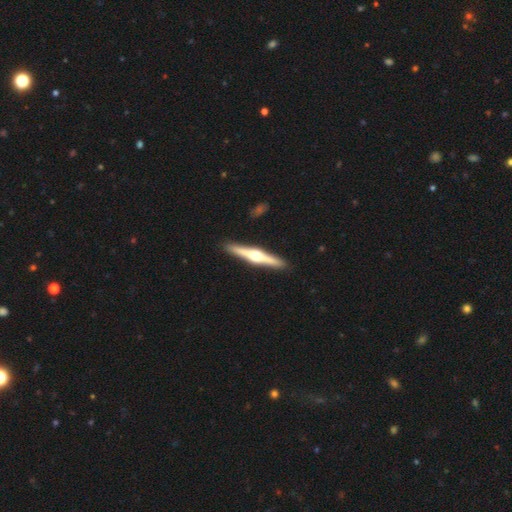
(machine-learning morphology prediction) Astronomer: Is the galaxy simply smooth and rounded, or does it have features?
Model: featured or disk — 77%.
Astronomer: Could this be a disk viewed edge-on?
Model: yes — 98%.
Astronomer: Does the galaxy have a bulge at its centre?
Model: rounded — 95%.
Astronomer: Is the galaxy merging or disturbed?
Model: none — 92%.